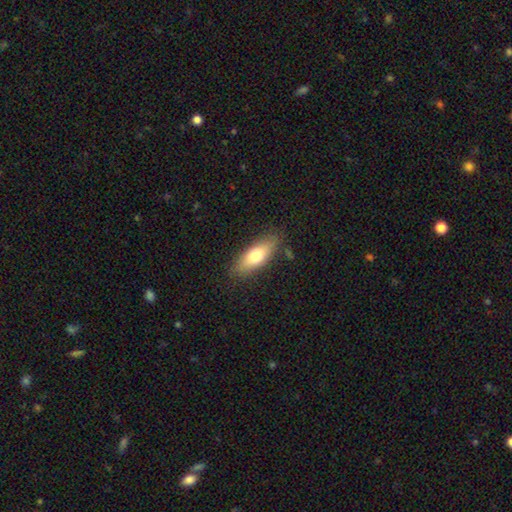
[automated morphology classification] Smooth or featured?
  - smooth: 71% *
  - featured or disk: 22%
  - star or artifact: 6%
How rounded?
  - in between: 70% *
  - cigar-shaped: 28%
  - round: 3%
Merging?
  - none: 83% *
  - minor disturbance: 13%
  - major disturbance: 3%
  - merger: 2%